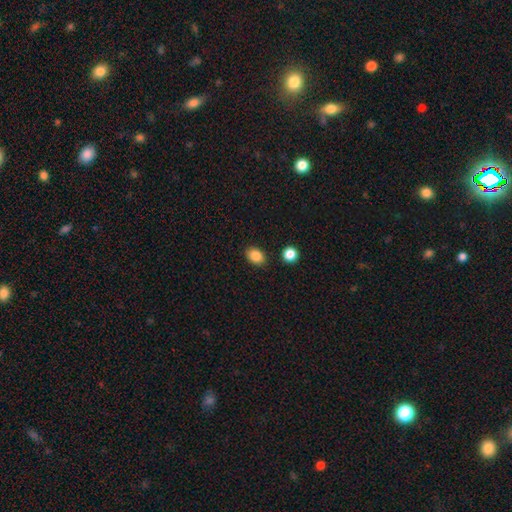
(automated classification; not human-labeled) Smooth or featured: smooth — 86% (star or artifact — 9%)
How rounded: in between — 73% (round — 26%)
Merging: none — 86% (minor disturbance — 9%)